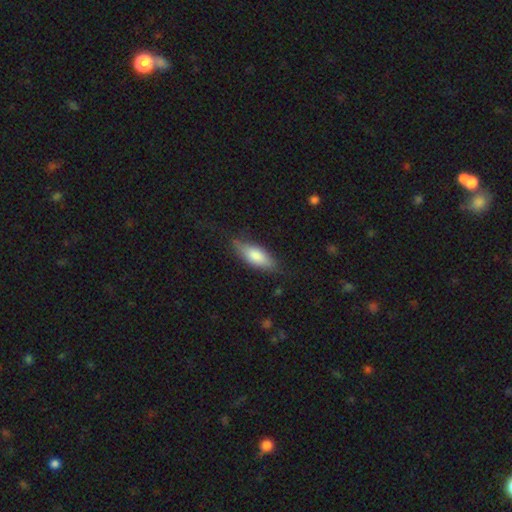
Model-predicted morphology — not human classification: Smooth or featured: smooth — 75% (featured or disk — 19%)
How rounded: in between — 67% (cigar-shaped — 30%)
Merging: none — 73% (minor disturbance — 21%)